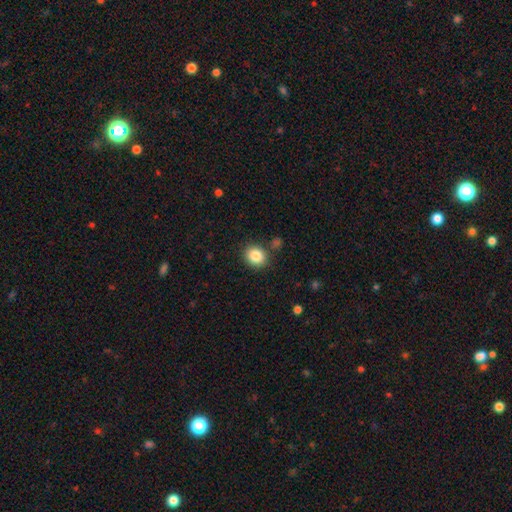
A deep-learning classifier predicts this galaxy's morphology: The model was most divided on "how rounded": round: 72%, in between: 27%, cigar-shaped: 1%. More confident: smooth or featured — smooth (86%); merging — none (85%).